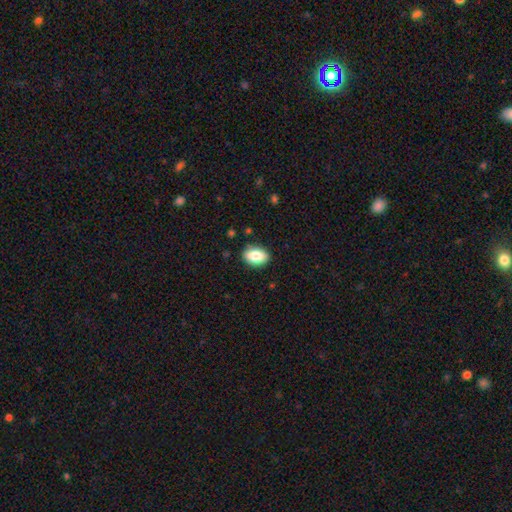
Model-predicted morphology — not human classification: type=smooth (81%); roundness=in between (84%); merging=none (87%).